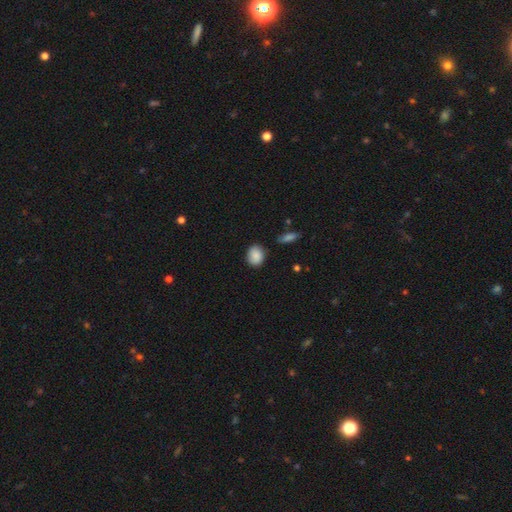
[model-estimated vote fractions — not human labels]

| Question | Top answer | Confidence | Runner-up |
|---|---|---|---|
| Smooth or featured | smooth | 87% | star or artifact (7%) |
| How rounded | round | 56% | in between (43%) |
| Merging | none | 81% | minor disturbance (14%) |